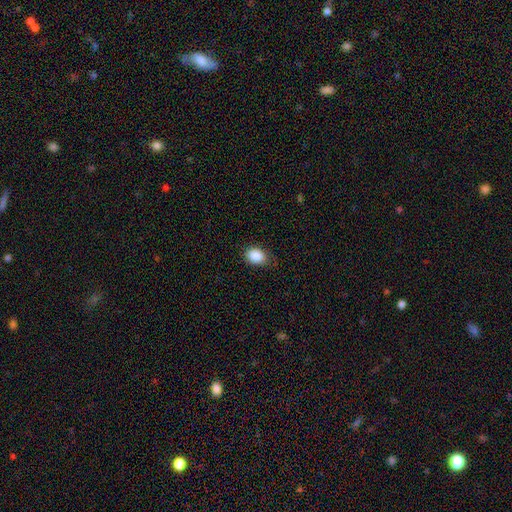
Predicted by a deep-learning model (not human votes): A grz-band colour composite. It shows a smooth galaxy with no disk features (89%) that is in between round and cigar-shaped (69%). Merging: none (75%).